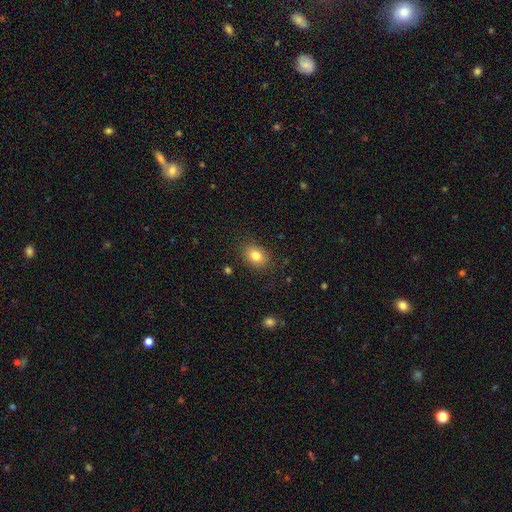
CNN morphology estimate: A smooth galaxy with no disk features (83%) that is in between round and cigar-shaped (63%).

Vote fractions:
- Smooth or featured? smooth: 83% / star or artifact: 10% / featured or disk: 8%
- How rounded? in between: 63% / round: 36% / cigar-shaped: 1%
- Merging? none: 85% / minor disturbance: 11% / major disturbance: 3% / merger: 1%